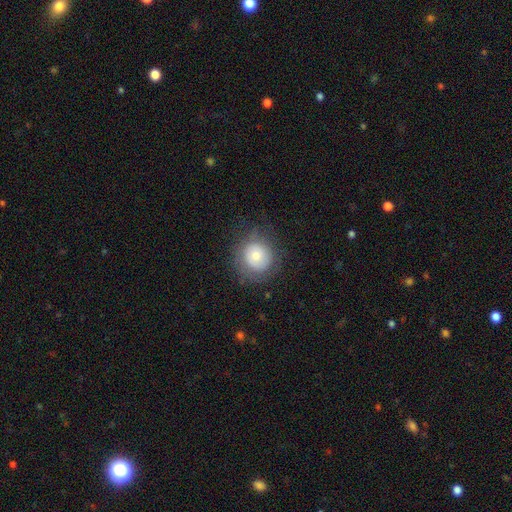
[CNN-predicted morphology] A smooth galaxy with no disk features (65%) that is round (89%). Merging: none (74%).